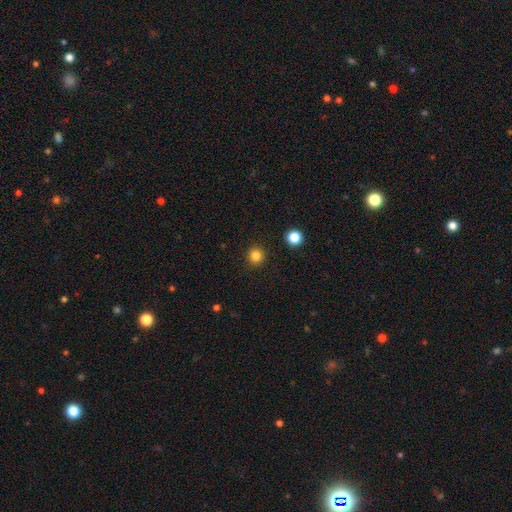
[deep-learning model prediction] smooth-or-featured: smooth: 83% | star or artifact: 13% | featured or disk: 4%
  how-rounded: round: 93% | in between: 6% | cigar-shaped: 1%
  merging: none: 92% | minor disturbance: 5% | major disturbance: 2% | merger: 1%